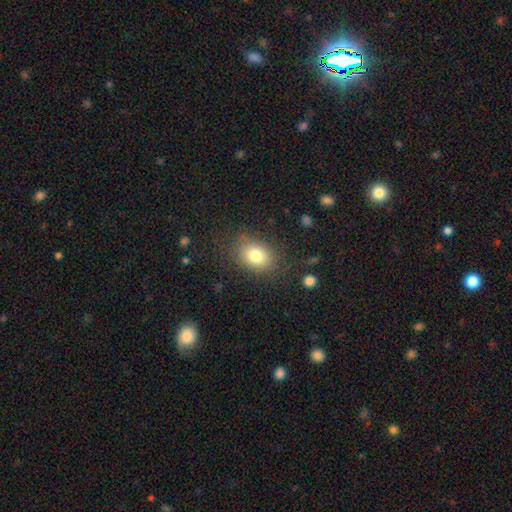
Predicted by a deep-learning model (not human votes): smooth_or_featured: smooth (p=0.79) [alt: featured or disk p=0.11]
how_rounded: in between (p=0.69) [alt: round p=0.30]
merging: none (p=0.79) [alt: minor disturbance p=0.14]